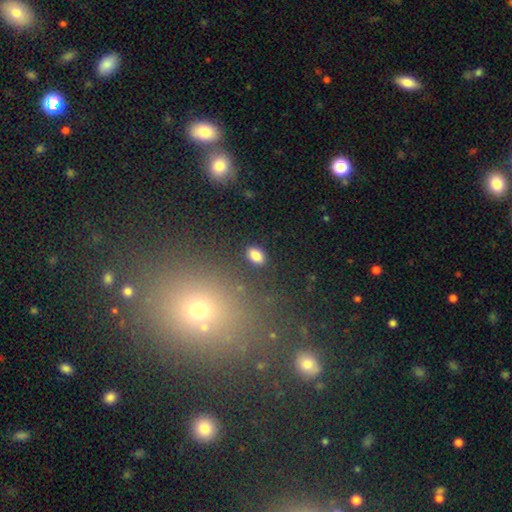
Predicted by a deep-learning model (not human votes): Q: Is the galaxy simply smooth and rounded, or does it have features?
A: smooth — 84%.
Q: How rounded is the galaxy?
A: in between — 88%.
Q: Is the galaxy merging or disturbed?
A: none — 88%.